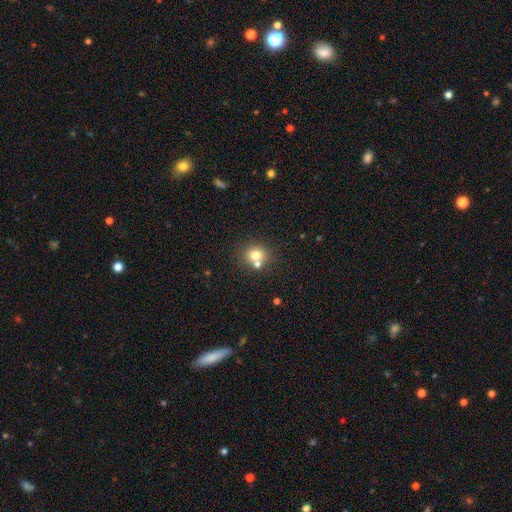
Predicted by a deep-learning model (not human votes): Overall: smooth (75%). How rounded: round (79%). Merging: none (60%; merger 28%).